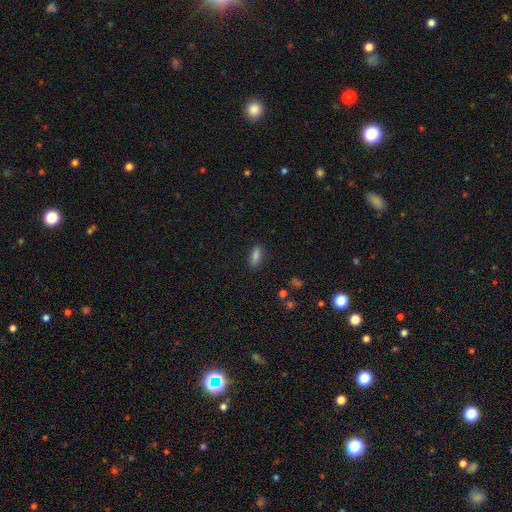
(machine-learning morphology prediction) The model was most divided on "how rounded": in between: 74%, cigar-shaped: 23%, round: 3%. More confident: merging — none (88%); smooth or featured — smooth (85%).